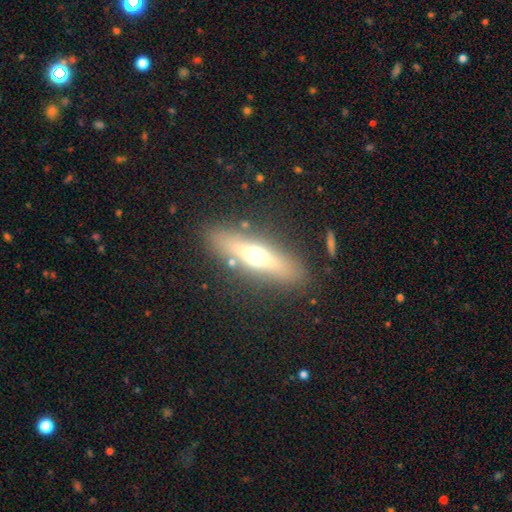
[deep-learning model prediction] Q: Smooth or featured?
A: featured or disk (50%); runner-up: smooth (41%)
Q: Edge-on disk?
A: yes (84%); runner-up: no (16%)
Q: Merging?
A: none (85%); runner-up: minor disturbance (9%)